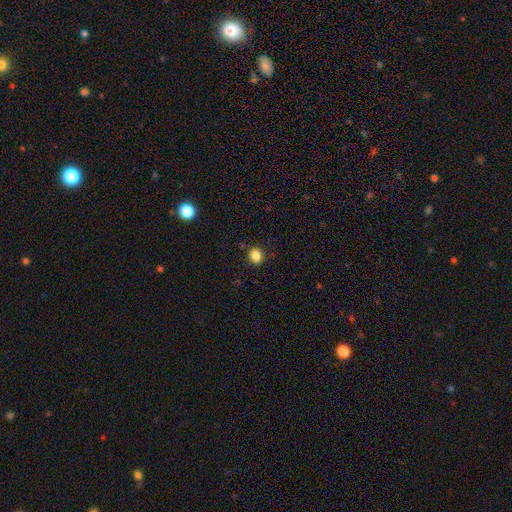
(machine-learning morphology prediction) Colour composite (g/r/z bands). It shows a smooth galaxy with no disk features (86%) that is round (53%). Merging: none (85%).